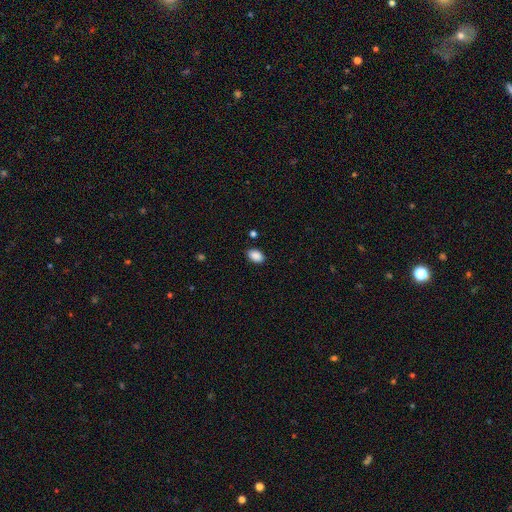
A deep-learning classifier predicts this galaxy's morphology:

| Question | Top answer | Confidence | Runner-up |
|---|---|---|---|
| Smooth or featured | smooth | 89% | star or artifact (8%) |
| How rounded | in between | 87% | round (12%) |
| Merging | none | 87% | minor disturbance (9%) |